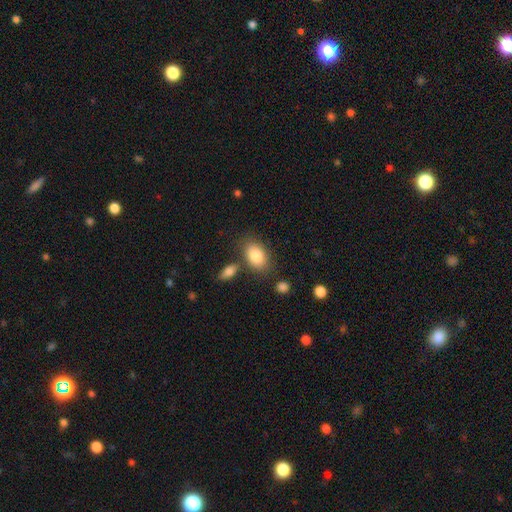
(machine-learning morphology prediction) Smooth or featured: smooth — 85% (featured or disk — 8%)
How rounded: in between — 88% (round — 11%)
Merging: none — 72% (minor disturbance — 14%)